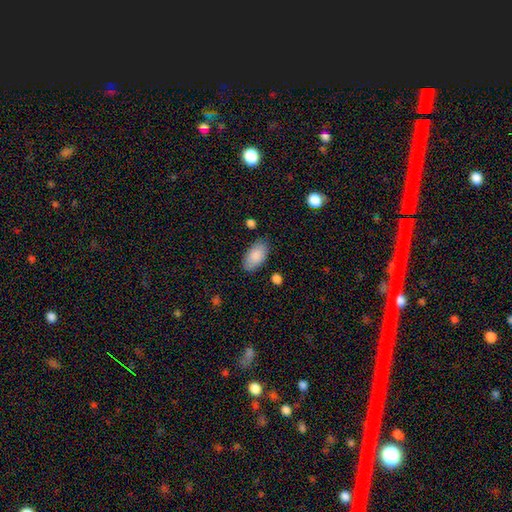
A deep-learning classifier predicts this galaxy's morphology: Q: Smooth or featured?
A: smooth (87%); runner-up: featured or disk (7%)
Q: How rounded?
A: in between (95%); runner-up: round (3%)
Q: Merging?
A: none (81%); runner-up: minor disturbance (14%)